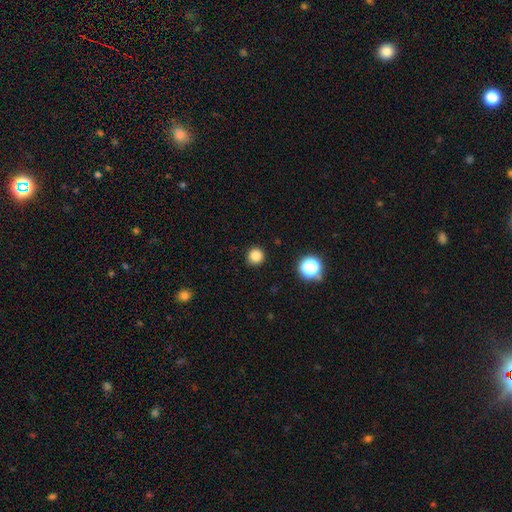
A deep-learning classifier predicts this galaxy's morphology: type=smooth (83%); roundness=round (95%); merging=none (92%).